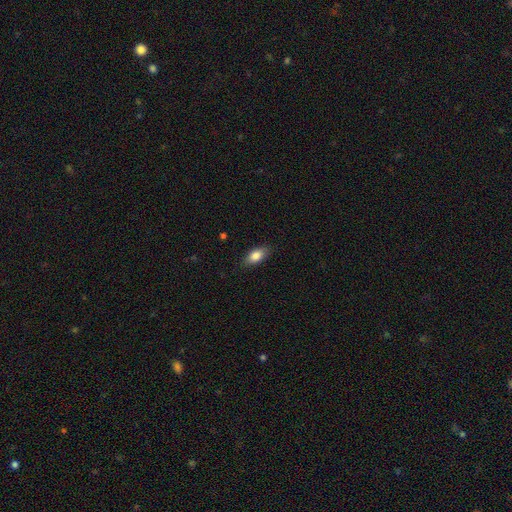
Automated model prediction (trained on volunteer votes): Smooth or featured: smooth — 84% (featured or disk — 9%)
How rounded: in between — 88% (cigar-shaped — 7%)
Merging: none — 85% (minor disturbance — 11%)